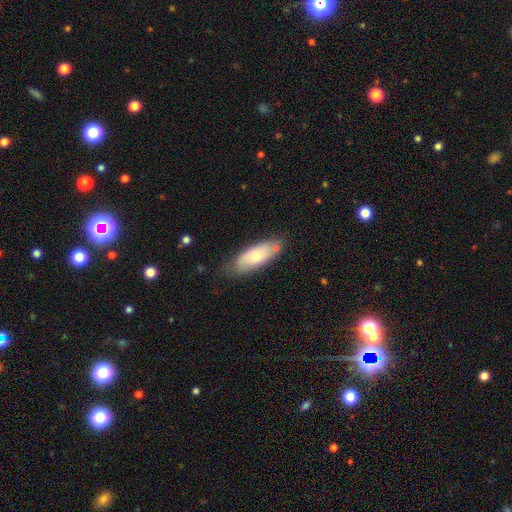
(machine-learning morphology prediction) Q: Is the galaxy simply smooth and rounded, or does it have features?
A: smooth — 66%.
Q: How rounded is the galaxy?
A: in between — 76%.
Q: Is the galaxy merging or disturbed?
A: none — 70%.